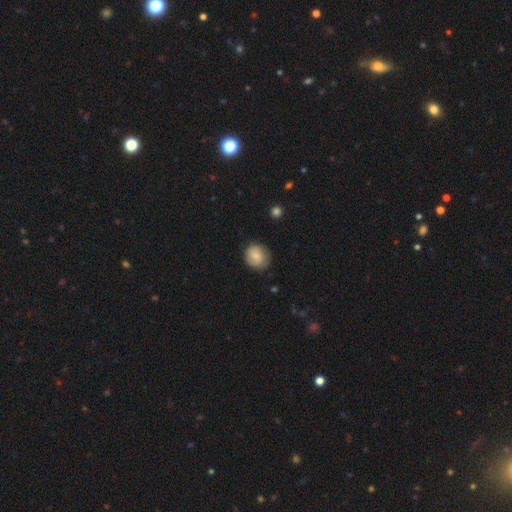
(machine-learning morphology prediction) Smooth or featured? smooth (80%)
How rounded? round (83%)
Merging? none (78%)